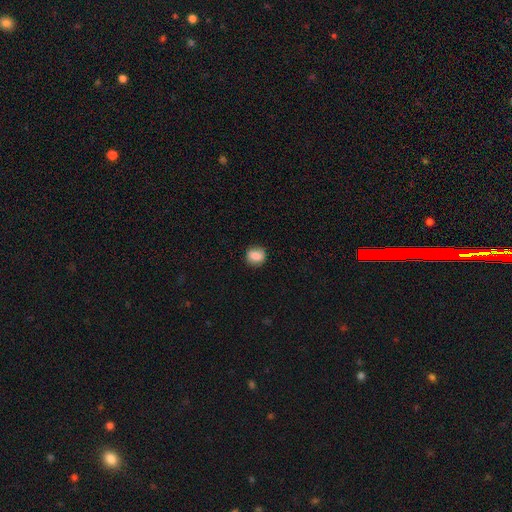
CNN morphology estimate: type=smooth (80%); roundness=round (72%); merging=none (85%).